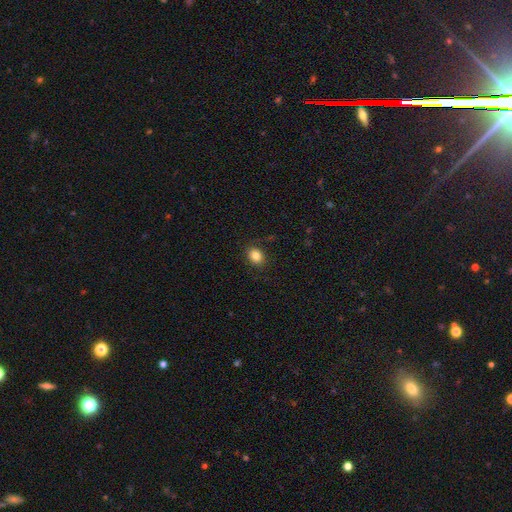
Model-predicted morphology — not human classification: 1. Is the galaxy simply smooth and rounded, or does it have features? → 83% smooth, 10% star or artifact, 6% featured or disk.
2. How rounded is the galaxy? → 58% in between, 41% round, 1% cigar-shaped.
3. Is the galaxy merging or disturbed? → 87% none, 10% minor disturbance, 3% major disturbance, 1% merger.